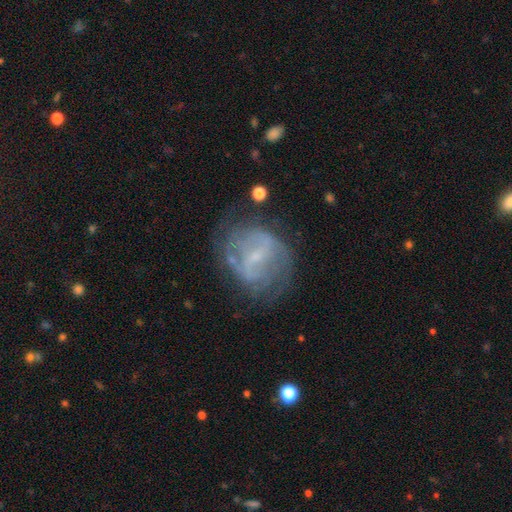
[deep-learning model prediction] Overall: featured or disk (68%). Edge-on disk: no (96%). Bar: weak (50%; strong 26%). Spiral arms: yes (62%; no 38%). Bulge size: small (67%). Merging: none (58%; minor disturbance 22%).